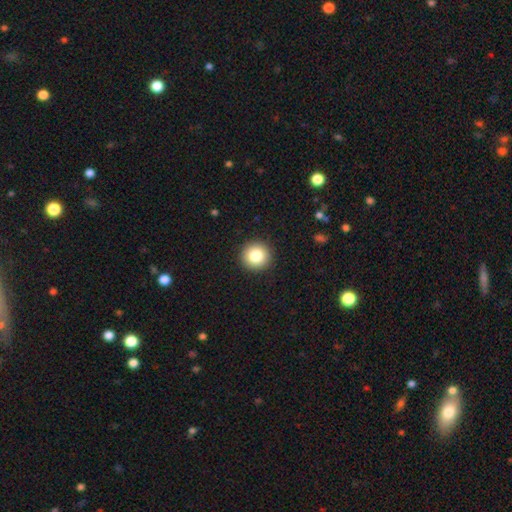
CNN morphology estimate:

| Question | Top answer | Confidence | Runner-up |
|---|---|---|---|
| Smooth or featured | smooth | 82% | star or artifact (10%) |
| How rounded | round | 95% | in between (4%) |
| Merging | none | 93% | minor disturbance (5%) |